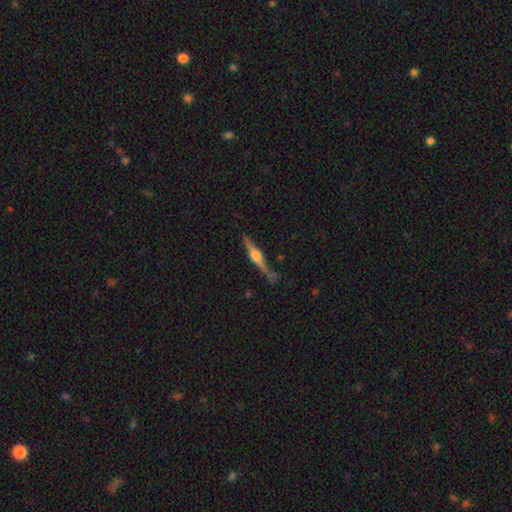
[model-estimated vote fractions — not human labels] Q: Smooth or featured?
A: featured or disk (77%); runner-up: smooth (17%)
Q: Edge-on disk?
A: yes (97%); runner-up: no (3%)
Q: Edge-on bulge?
A: rounded (88%); runner-up: boxy (9%)
Q: Merging?
A: none (78%); runner-up: minor disturbance (15%)